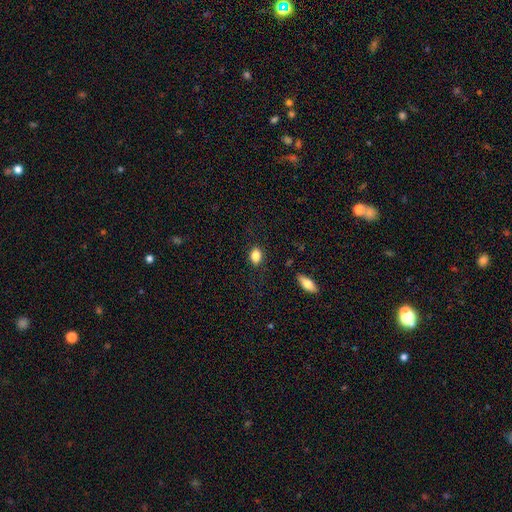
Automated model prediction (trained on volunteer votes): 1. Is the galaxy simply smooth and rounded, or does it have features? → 83% smooth, 9% star or artifact, 8% featured or disk.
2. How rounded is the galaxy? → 69% in between, 29% round, 2% cigar-shaped.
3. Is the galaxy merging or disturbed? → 85% none, 10% minor disturbance, 3% major disturbance, 1% merger.